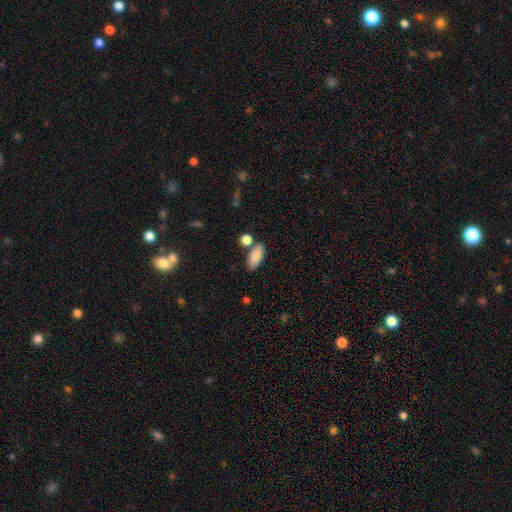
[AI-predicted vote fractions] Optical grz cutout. It shows a smooth galaxy with no disk features (86%) that is in between round and cigar-shaped (89%). Merging: none (74%).